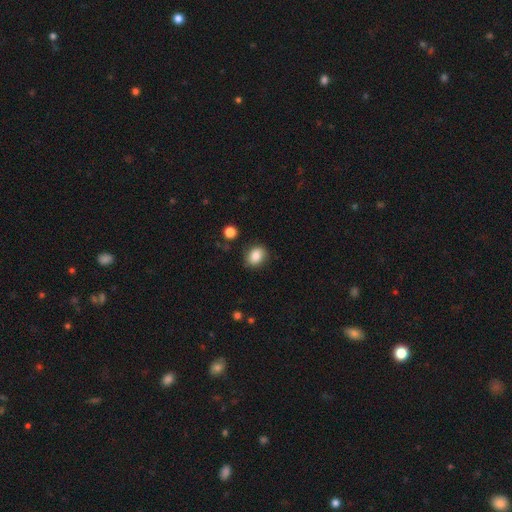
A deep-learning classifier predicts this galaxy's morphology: A smooth galaxy with no disk features (84%) that is in between round and cigar-shaped (57%).

Vote fractions:
- Smooth or featured? smooth: 84% / star or artifact: 9% / featured or disk: 7%
- How rounded? in between: 57% / round: 42% / cigar-shaped: 1%
- Merging? none: 82% / minor disturbance: 13% / major disturbance: 3% / merger: 2%